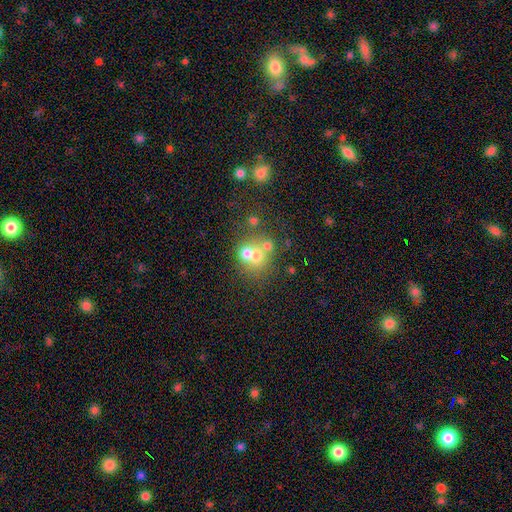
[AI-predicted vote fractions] The model was most divided on "merging": merger: 54%, none: 34%, minor disturbance: 7%, major disturbance: 5%. More confident: how rounded — round (75%); smooth or featured — smooth (58%).